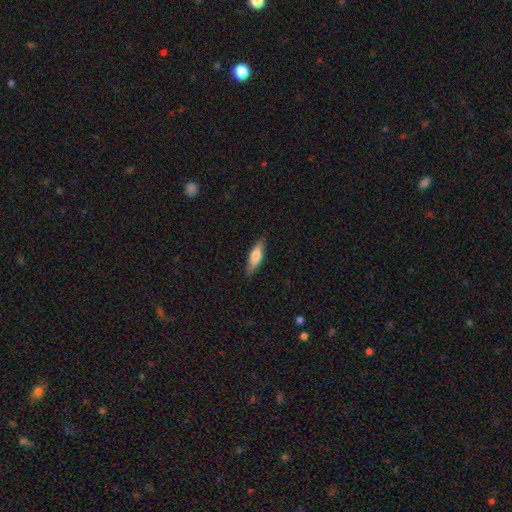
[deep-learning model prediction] This is possibly a smooth galaxy (57%). How rounded: possibly cigar-shaped (59%). Merging: clearly none (87%).